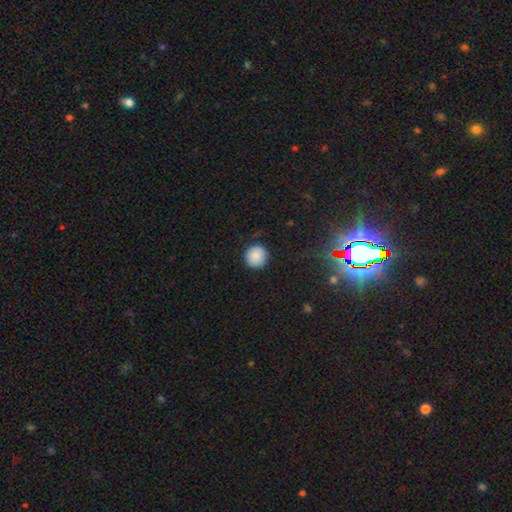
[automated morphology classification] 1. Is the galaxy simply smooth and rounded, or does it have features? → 86% smooth, 9% star or artifact, 5% featured or disk.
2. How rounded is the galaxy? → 92% round, 7% in between, 1% cigar-shaped.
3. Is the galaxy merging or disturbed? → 85% none, 12% minor disturbance, 3% major disturbance, 1% merger.